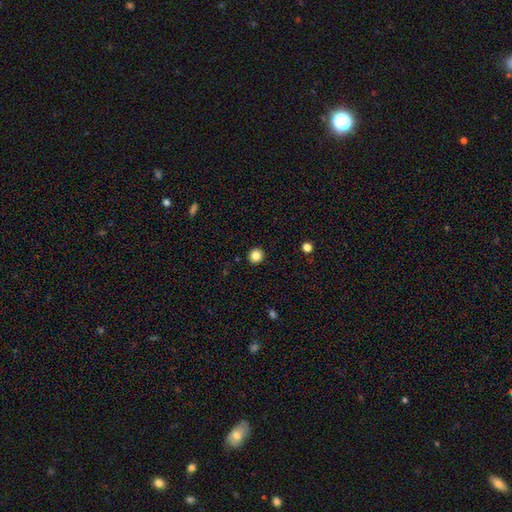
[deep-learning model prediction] Morphology: type=smooth (85%); roundness=round (91%); merging=none (93%).